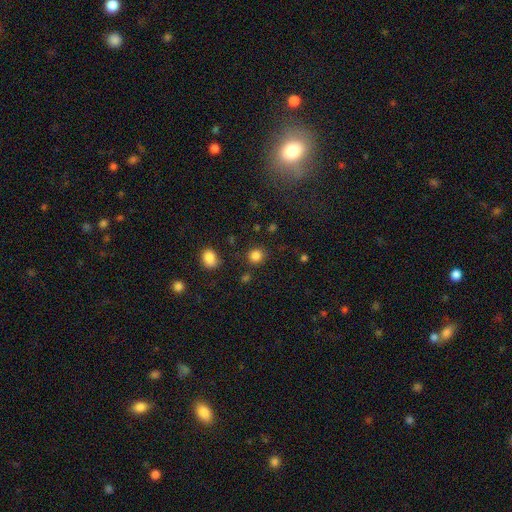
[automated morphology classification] A smooth galaxy with no disk features (84%) that is round (86%).

Vote fractions:
- Smooth or featured? smooth: 84% / star or artifact: 12% / featured or disk: 4%
- How rounded? round: 86% / in between: 13% / cigar-shaped: 1%
- Merging? none: 85% / minor disturbance: 9% / major disturbance: 3% / merger: 3%